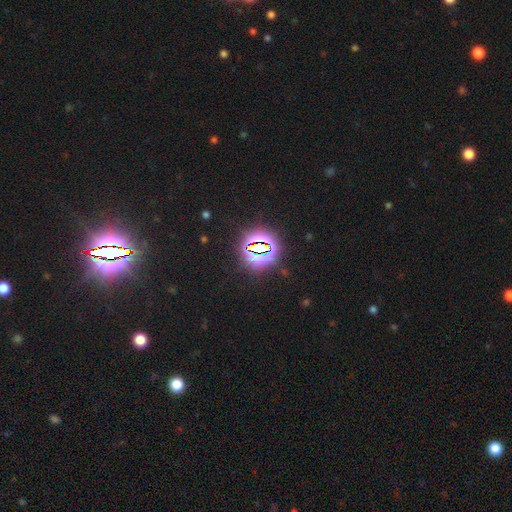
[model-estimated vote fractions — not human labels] smooth_or_featured: star or artifact (p=0.79) [alt: smooth p=0.13]